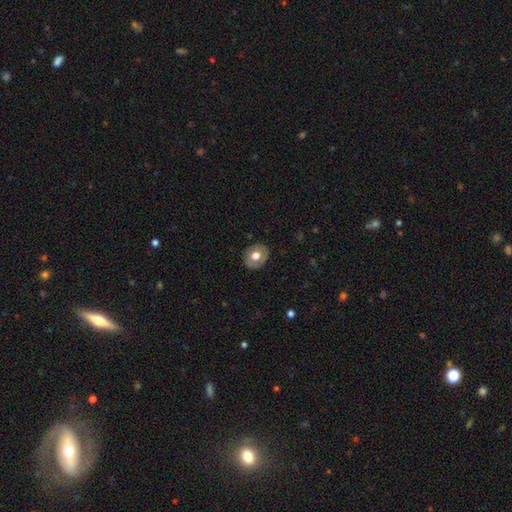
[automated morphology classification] Smooth or featured? Predicted: smooth (p=0.65). How rounded? Predicted: round (p=0.69). Merging? Predicted: none (p=0.86).